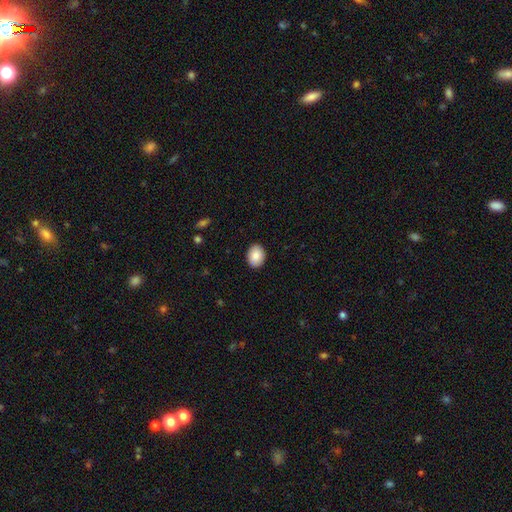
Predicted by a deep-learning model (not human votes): The model was most divided on "how rounded": in between: 64%, round: 36%, cigar-shaped: 1%. More confident: merging — none (90%); smooth or featured — smooth (86%).